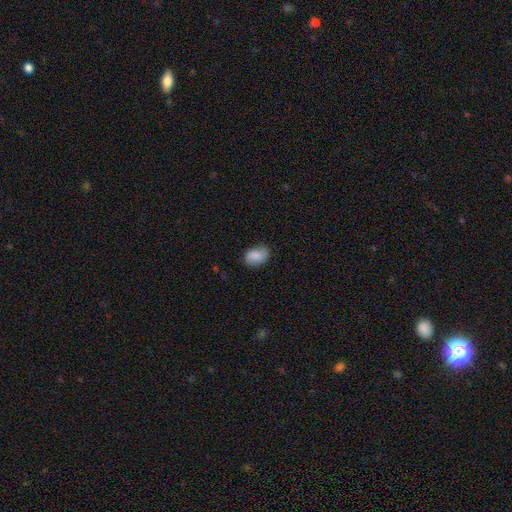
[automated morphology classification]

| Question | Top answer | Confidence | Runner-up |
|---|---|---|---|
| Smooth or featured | smooth | 82% | featured or disk (10%) |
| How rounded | in between | 76% | round (23%) |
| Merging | none | 74% | minor disturbance (20%) |